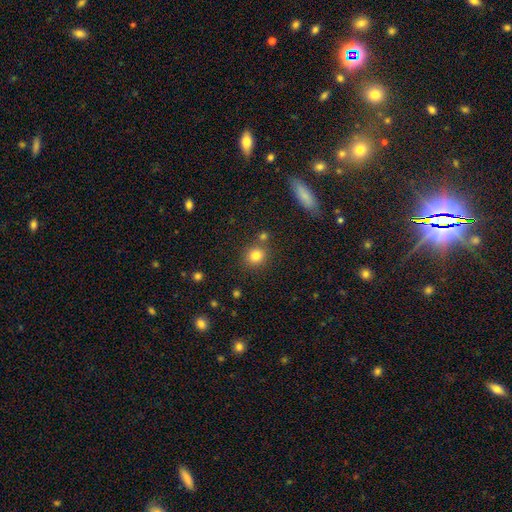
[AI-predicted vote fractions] smooth_or_featured: smooth (p=0.81) [alt: star or artifact p=0.12]
how_rounded: round (p=0.85) [alt: in between p=0.14]
merging: none (p=0.77) [alt: merger p=0.11]